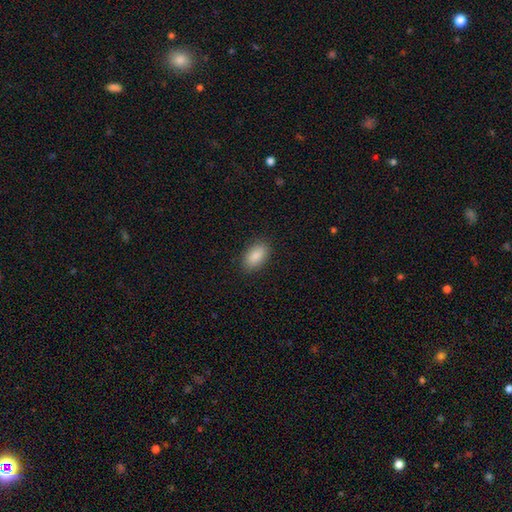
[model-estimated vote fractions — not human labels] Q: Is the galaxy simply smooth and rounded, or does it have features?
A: smooth — 88%.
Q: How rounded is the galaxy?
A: in between — 93%.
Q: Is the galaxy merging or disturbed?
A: none — 88%.